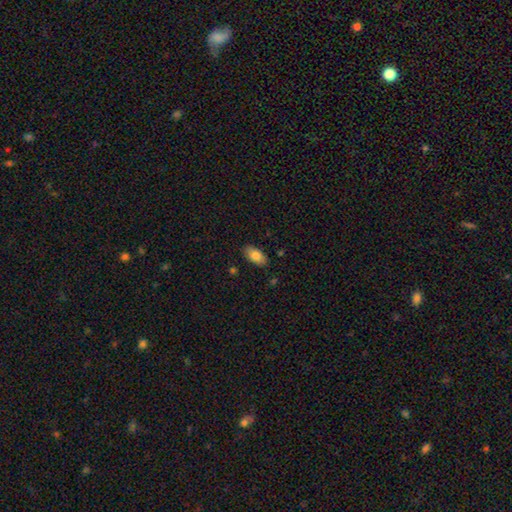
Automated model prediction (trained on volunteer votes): A smooth galaxy with no disk features (81%) that is in between round and cigar-shaped (93%). Merging: none (86%).